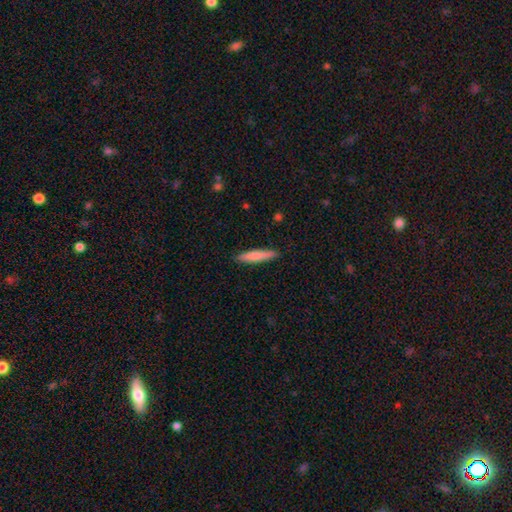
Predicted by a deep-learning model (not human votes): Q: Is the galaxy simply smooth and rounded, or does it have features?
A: smooth — 77%.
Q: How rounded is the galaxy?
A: cigar-shaped — 90%.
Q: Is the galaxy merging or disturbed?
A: none — 89%.